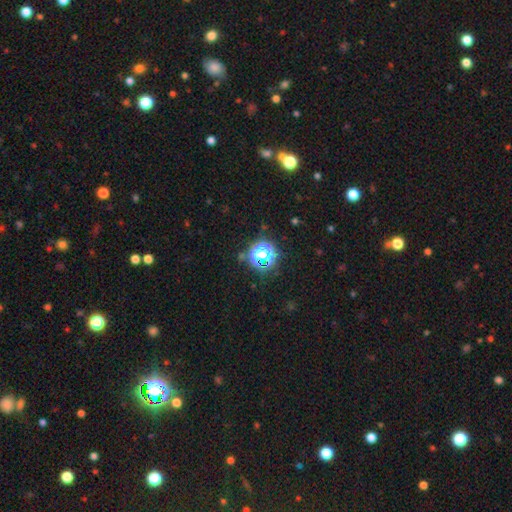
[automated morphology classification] smooth-or-featured: star or artifact: 74% | smooth: 19% | featured or disk: 7%